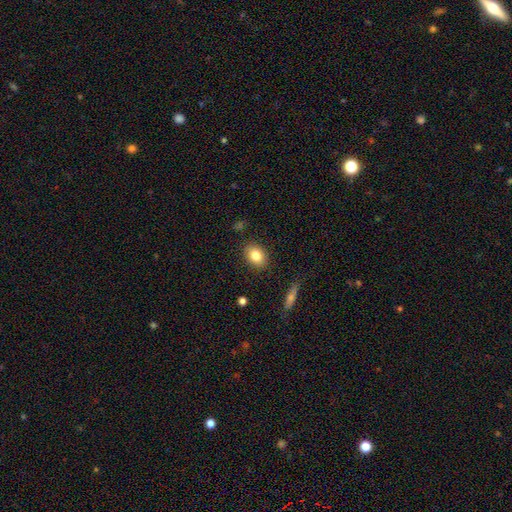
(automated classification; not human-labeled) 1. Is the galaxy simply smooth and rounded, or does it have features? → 82% smooth, 9% featured or disk, 8% star or artifact.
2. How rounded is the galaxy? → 66% in between, 32% round, 1% cigar-shaped.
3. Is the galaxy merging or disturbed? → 87% none, 9% minor disturbance, 2% major disturbance, 1% merger.